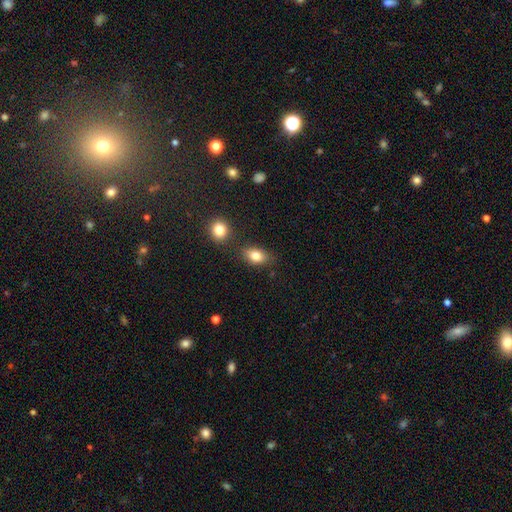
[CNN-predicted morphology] Smooth or featured? smooth (82%)
How rounded? in between (80%)
Merging? none (73%)